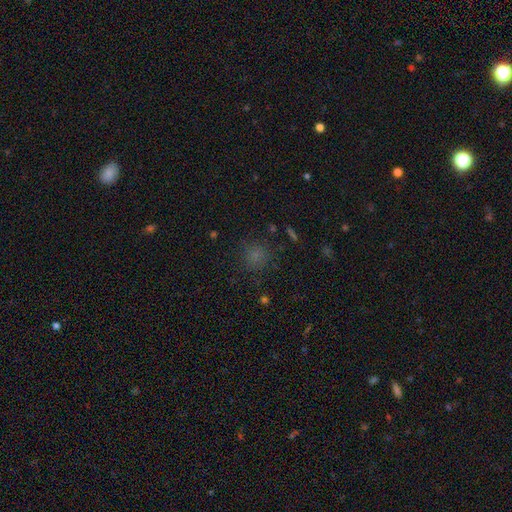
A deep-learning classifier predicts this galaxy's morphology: Q: Smooth or featured?
A: smooth (71%); runner-up: star or artifact (23%)
Q: How rounded?
A: round (89%); runner-up: in between (10%)
Q: Merging?
A: none (83%); runner-up: minor disturbance (11%)